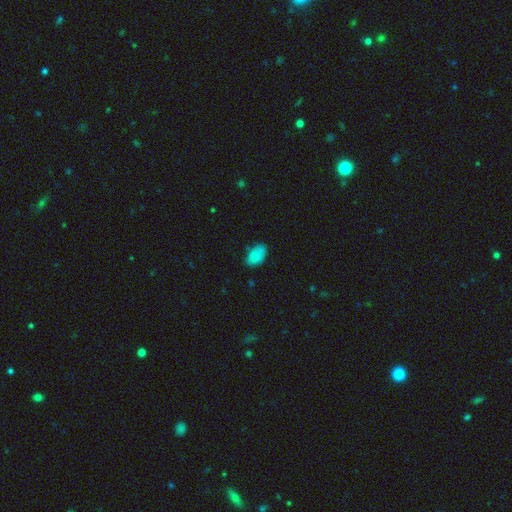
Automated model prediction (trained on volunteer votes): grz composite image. It shows a smooth galaxy with no disk features (81%) that is in between round and cigar-shaped (91%). Merging: none (62%).